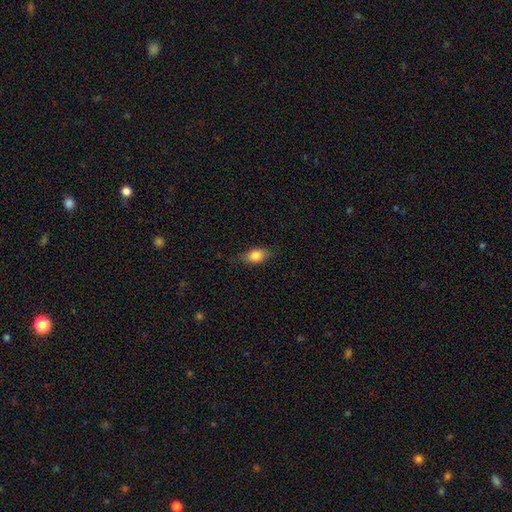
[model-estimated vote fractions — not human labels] smooth_or_featured: smooth (p=0.80) [alt: featured or disk p=0.12]
how_rounded: in between (p=0.82) [alt: round p=0.11]
merging: none (p=0.79) [alt: minor disturbance p=0.16]